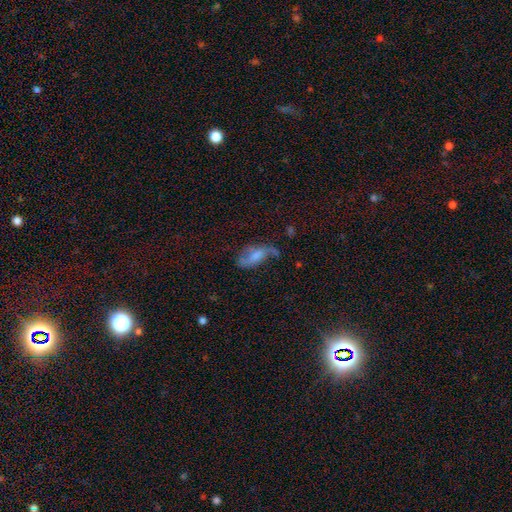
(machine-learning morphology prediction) smooth-or-featured: featured or disk: 47% | smooth: 42% | star or artifact: 11%
  merging: none: 36% | major disturbance: 31% | minor disturbance: 28% | merger: 4%